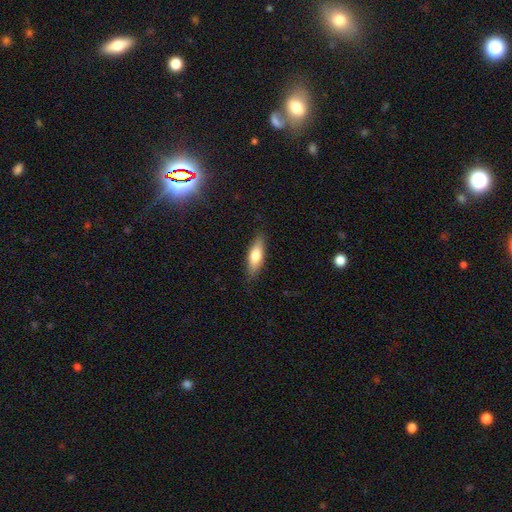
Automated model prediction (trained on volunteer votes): smooth 69%, featured or disk 25%, star or artifact 6%. Down the decision tree: how rounded — in between (56%); merging — none (84%).